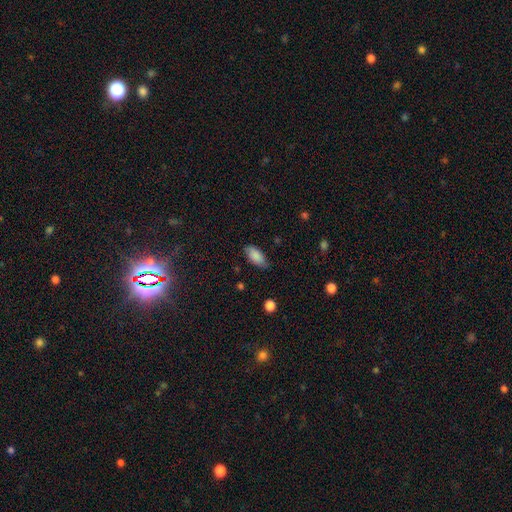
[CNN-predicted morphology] Smooth or featured?
  - smooth: 84% *
  - featured or disk: 9%
  - star or artifact: 7%
How rounded?
  - in between: 90% *
  - cigar-shaped: 7%
  - round: 2%
Merging?
  - none: 77% *
  - minor disturbance: 18%
  - major disturbance: 3%
  - merger: 1%